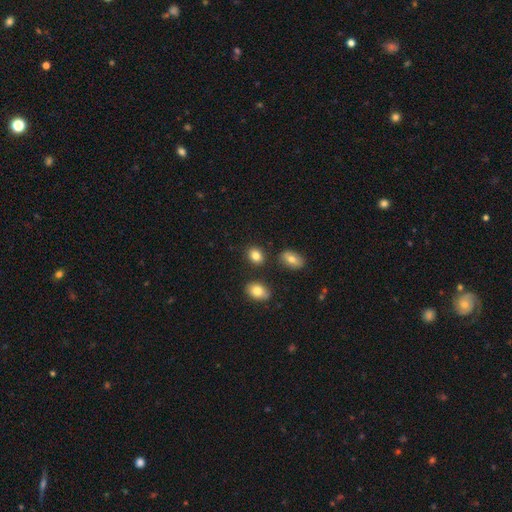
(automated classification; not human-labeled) Morphology: type=smooth (83%); roundness=in between (63%); merging=none (81%).